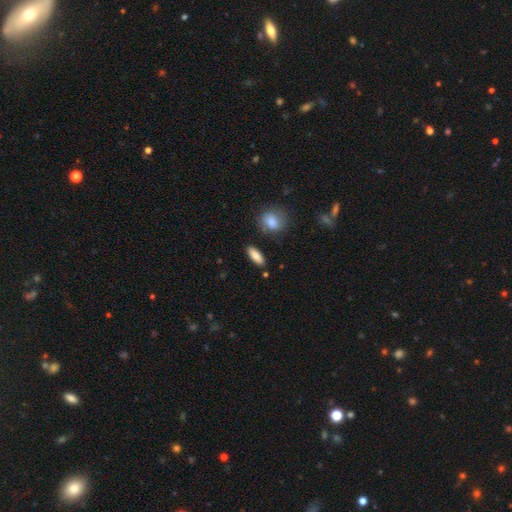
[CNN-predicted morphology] smooth_or_featured: smooth (p=0.85) [alt: featured or disk p=0.08]
how_rounded: in between (p=0.67) [alt: cigar-shaped p=0.30]
merging: none (p=0.84) [alt: minor disturbance p=0.10]